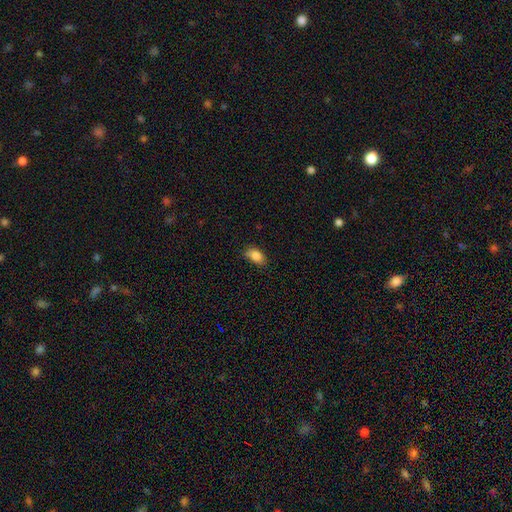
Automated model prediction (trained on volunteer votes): The model was most divided on "merging": none: 71%, minor disturbance: 23%, major disturbance: 4%, merger: 2%. More confident: how rounded — in between (88%); smooth or featured — smooth (85%).